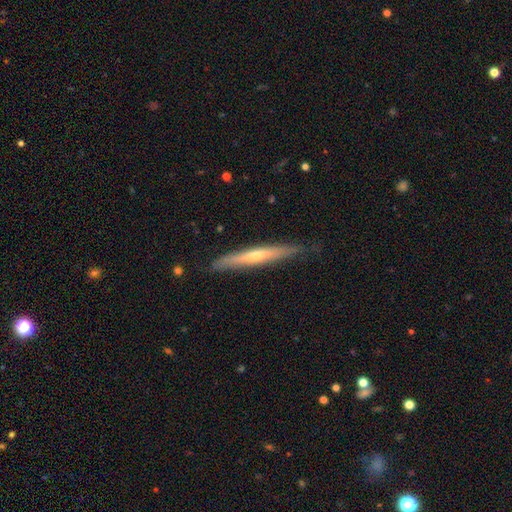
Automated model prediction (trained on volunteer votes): Smooth or featured?
  - featured or disk: 63% *
  - smooth: 30%
  - star or artifact: 7%
Edge-on disk?
  - yes: 95% *
  - no: 5%
Edge-on bulge?
  - rounded: 72% *
  - none: 25%
  - boxy: 3%
Merging?
  - none: 86% *
  - minor disturbance: 11%
  - major disturbance: 2%
  - merger: 1%